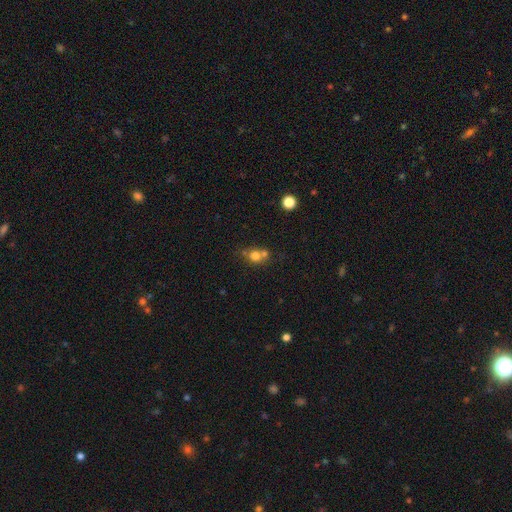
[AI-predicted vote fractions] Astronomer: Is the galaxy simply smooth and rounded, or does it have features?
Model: smooth — 72%.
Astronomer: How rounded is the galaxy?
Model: round — 76%.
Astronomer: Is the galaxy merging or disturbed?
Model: merger — 44% (runner-up: none, 41%).